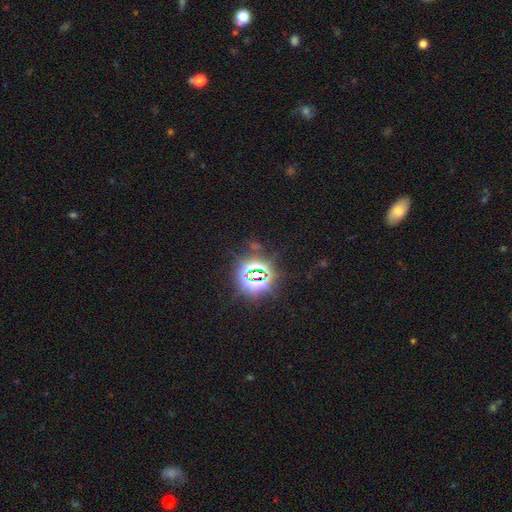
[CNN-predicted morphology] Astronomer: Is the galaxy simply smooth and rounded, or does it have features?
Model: star or artifact — 79%.